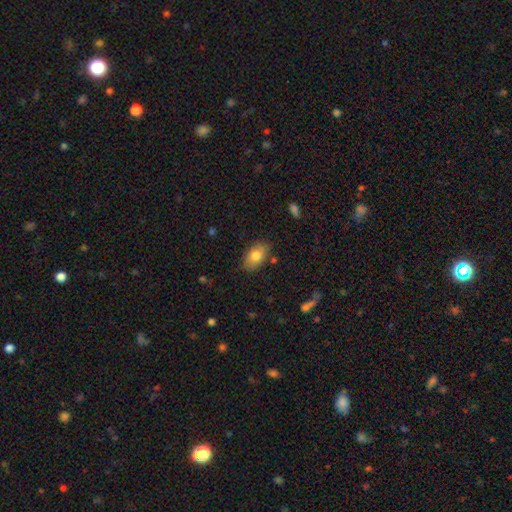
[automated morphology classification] Smooth or featured?
  - smooth: 79% *
  - featured or disk: 14%
  - star or artifact: 7%
How rounded?
  - in between: 90% *
  - round: 7%
  - cigar-shaped: 2%
Merging?
  - none: 82% *
  - minor disturbance: 13%
  - major disturbance: 3%
  - merger: 2%